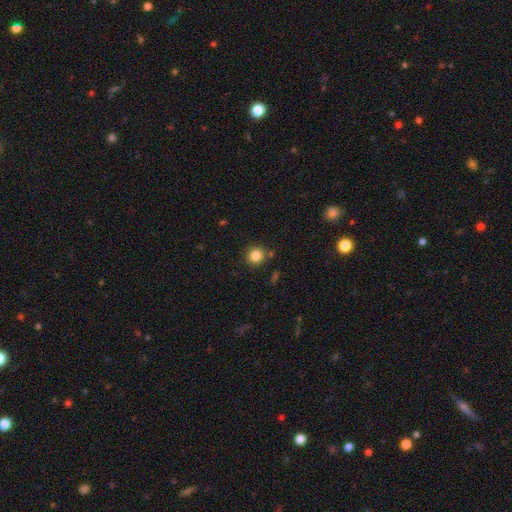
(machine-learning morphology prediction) smooth_or_featured: smooth (p=0.84) [alt: star or artifact p=0.11]
how_rounded: round (p=0.92) [alt: in between p=0.07]
merging: none (p=0.85) [alt: minor disturbance p=0.08]